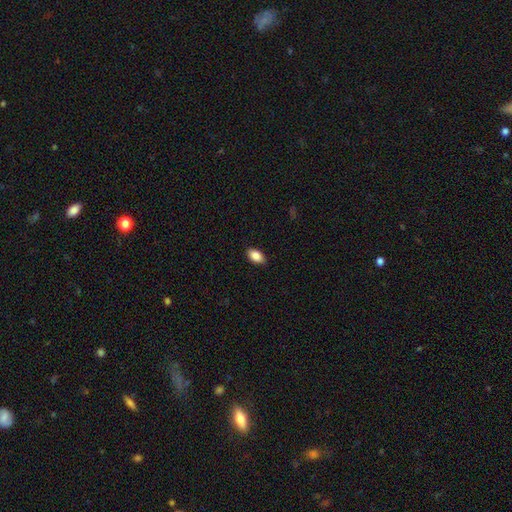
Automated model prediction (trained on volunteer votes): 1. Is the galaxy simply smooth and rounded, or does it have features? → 88% smooth, 7% star or artifact, 5% featured or disk.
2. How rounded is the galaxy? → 92% in between, 5% round, 3% cigar-shaped.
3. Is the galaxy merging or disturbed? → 87% none, 10% minor disturbance, 2% major disturbance, 1% merger.